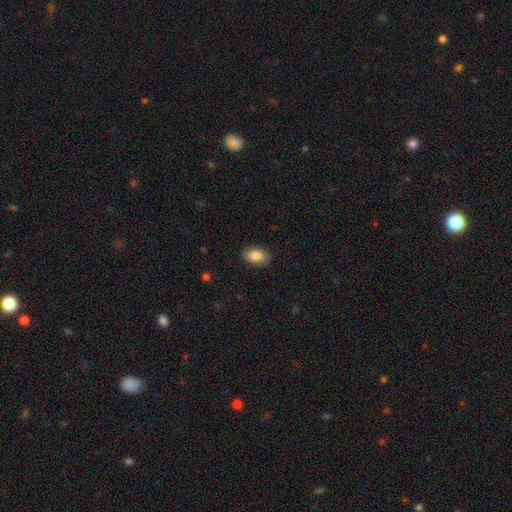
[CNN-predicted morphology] The model was most divided on "merging": none: 88%, minor disturbance: 9%, major disturbance: 2%, merger: 1%. More confident: how rounded — in between (90%); smooth or featured — smooth (87%).